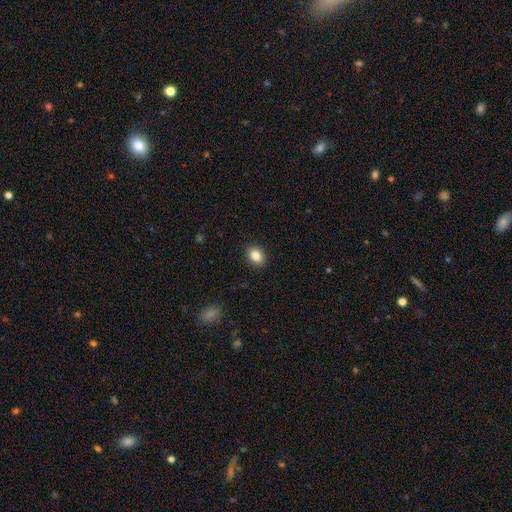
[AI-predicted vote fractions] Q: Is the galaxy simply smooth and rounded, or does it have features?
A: smooth — 85%.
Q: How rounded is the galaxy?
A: in between — 61%.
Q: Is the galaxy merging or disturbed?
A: none — 90%.